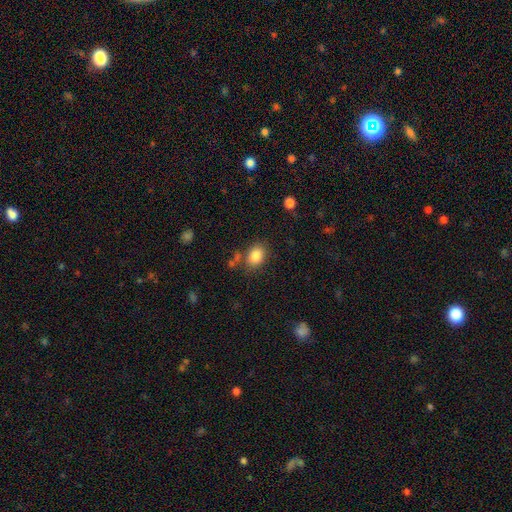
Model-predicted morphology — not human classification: Overall: smooth (84%). How rounded: in between (66%; round 33%). Merging: none (74%).